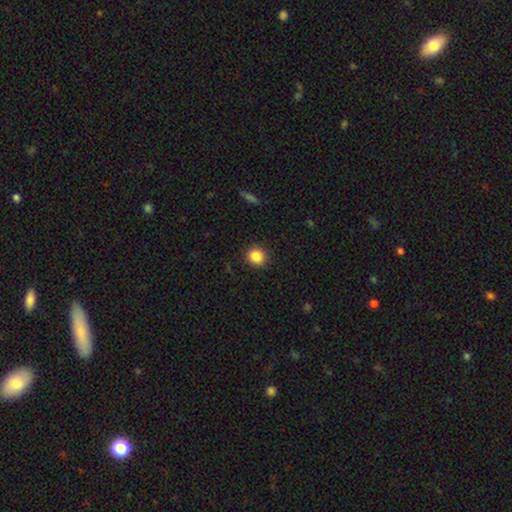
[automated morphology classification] smooth-or-featured: smooth: 85% | star or artifact: 10% | featured or disk: 4%
  how-rounded: round: 89% | in between: 10% | cigar-shaped: 1%
  merging: none: 89% | minor disturbance: 7% | major disturbance: 2% | merger: 1%